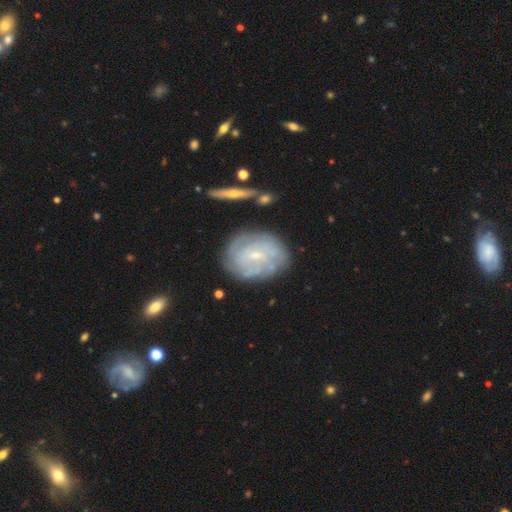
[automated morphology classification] smooth-or-featured: featured or disk: 72% | smooth: 21% | star or artifact: 7%
  disk-edge-on: no: 96% | yes: 4%
    bar: no: 52% | weak: 40% | strong: 8%
    has-spiral-arms: yes: 81% | no: 19%
      spiral-winding: tight: 68% | medium: 23% | loose: 9%
      spiral-arm-count: can't tell: 53% | 2: 15% | 3: 11% | 4: 11% | more than 4: 5% | 1: 4%
    bulge-size: small: 76% | moderate: 18% | none: 4% | large: 1% | dominant: 1%
  merging: none: 73% | minor disturbance: 18% | major disturbance: 6% | merger: 4%